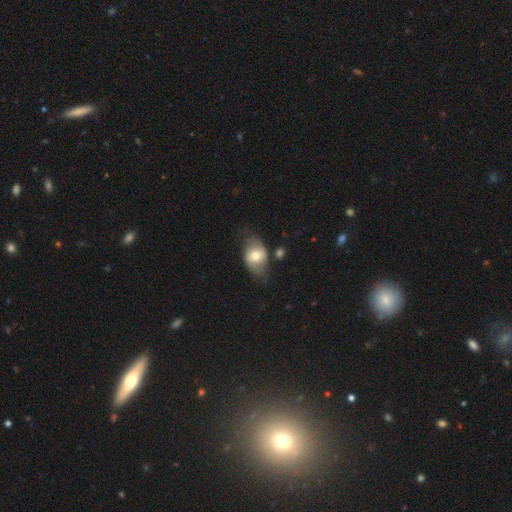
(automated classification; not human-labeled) Smooth or featured? Predicted: smooth (p=0.64). How rounded? Predicted: in between (p=0.81). Merging? Predicted: none (p=0.62).